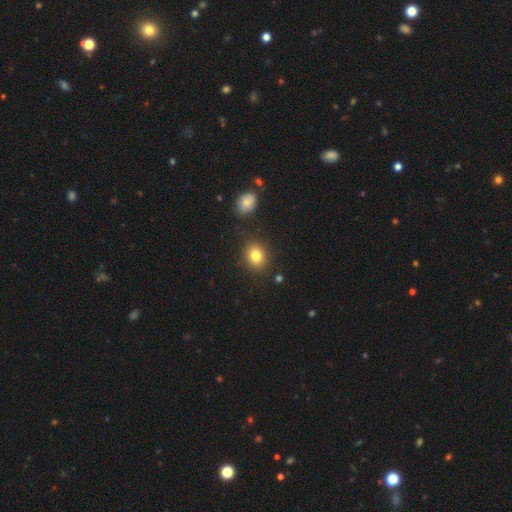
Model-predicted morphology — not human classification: Smooth or featured? Predicted: smooth (p=0.81). How rounded? Predicted: round (p=0.60). Merging? Predicted: none (p=0.84).